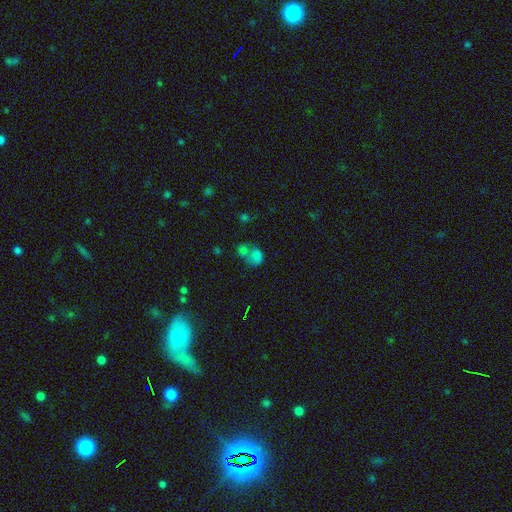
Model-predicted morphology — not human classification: This appears to be a smooth galaxy with no disk features (71%) that is round (51%). Merging: merger (54%).